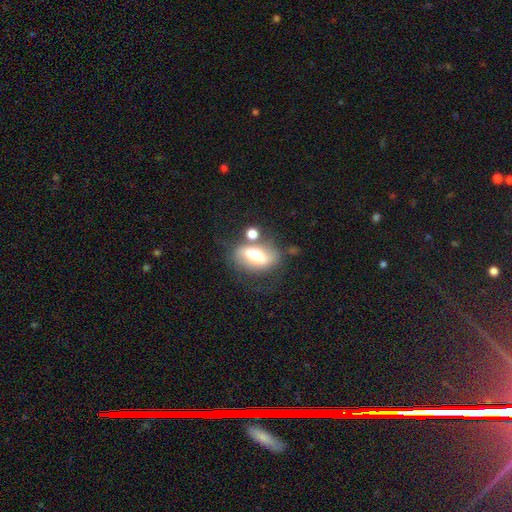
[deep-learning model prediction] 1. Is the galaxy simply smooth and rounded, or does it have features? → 49% smooth, 42% featured or disk, 9% star or artifact.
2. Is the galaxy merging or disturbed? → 52% none, 19% minor disturbance, 17% merger, 12% major disturbance.